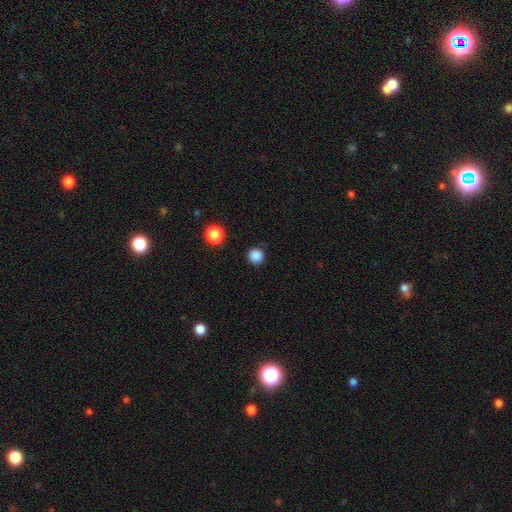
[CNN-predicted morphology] Q: Smooth or featured?
A: smooth (86%); runner-up: star or artifact (12%)
Q: How rounded?
A: round (95%); runner-up: in between (4%)
Q: Merging?
A: none (90%); runner-up: minor disturbance (6%)